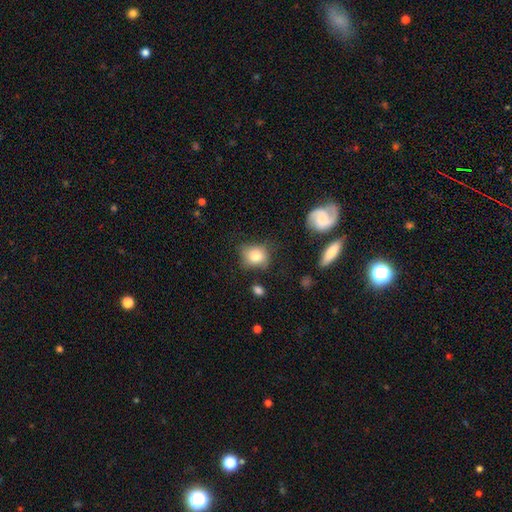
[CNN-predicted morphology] smooth-or-featured: smooth: 79% | featured or disk: 12% | star or artifact: 9%
  how-rounded: round: 58% | in between: 41% | cigar-shaped: 1%
  merging: none: 63% | minor disturbance: 26% | major disturbance: 8% | merger: 3%